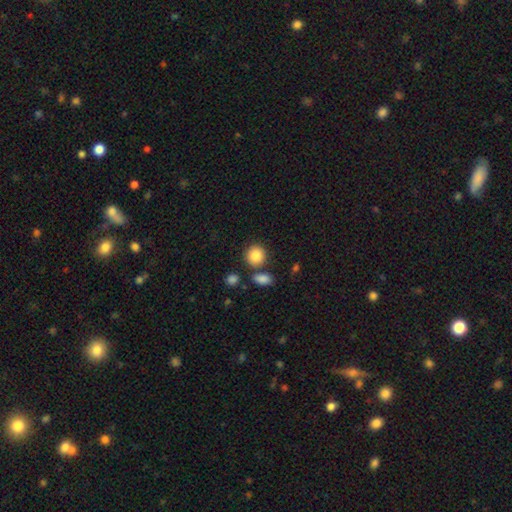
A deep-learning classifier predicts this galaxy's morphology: Overall: smooth (87%). How rounded: round (84%). Merging: none (75%).